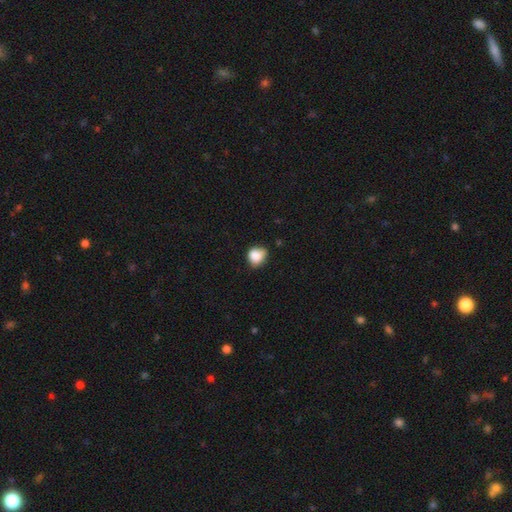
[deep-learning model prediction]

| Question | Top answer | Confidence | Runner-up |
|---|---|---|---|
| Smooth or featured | smooth | 86% | star or artifact (9%) |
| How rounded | round | 68% | in between (31%) |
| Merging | none | 56% | minor disturbance (35%) |